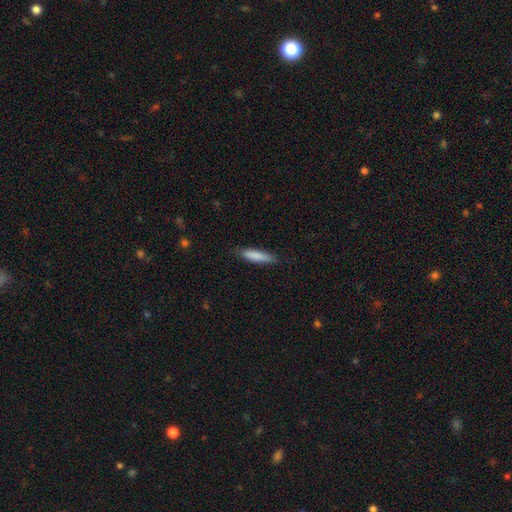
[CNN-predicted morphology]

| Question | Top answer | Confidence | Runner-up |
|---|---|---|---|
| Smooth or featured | smooth | 85% | featured or disk (9%) |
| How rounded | cigar-shaped | 79% | in between (20%) |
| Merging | none | 84% | minor disturbance (12%) |